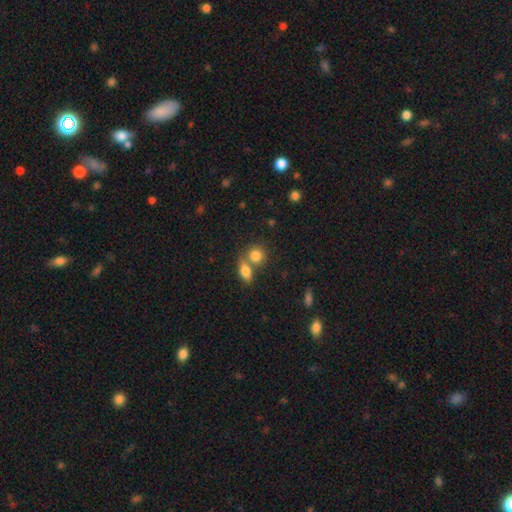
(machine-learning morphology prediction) This appears to be a smooth galaxy with no disk features (82%) that is round (67%). Merging: none (45%).